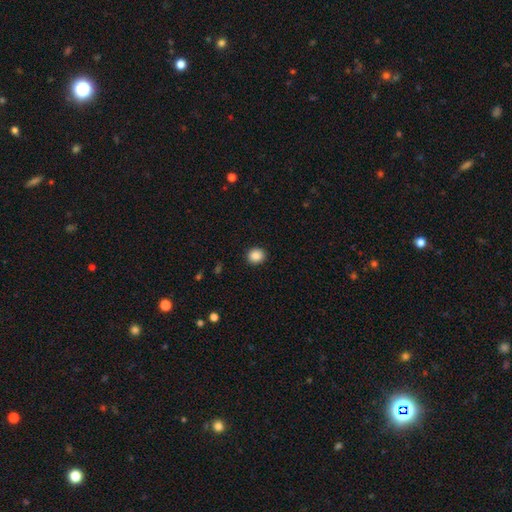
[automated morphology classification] This is clearly a smooth galaxy (88%). How rounded: clearly round (83%). Merging: clearly none (91%).